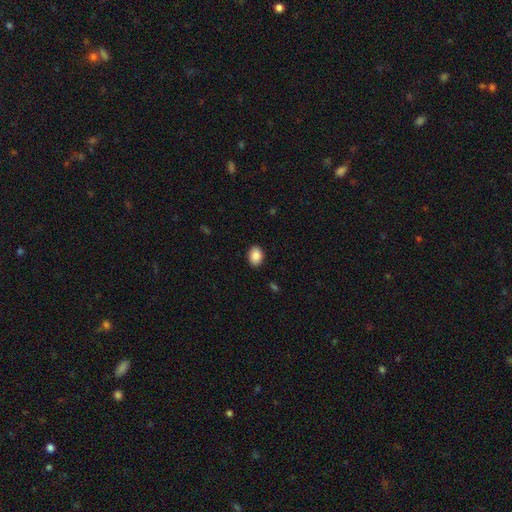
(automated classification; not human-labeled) The model was most divided on "how rounded": in between: 75%, round: 24%, cigar-shaped: 1%. More confident: merging — none (90%); smooth or featured — smooth (89%).